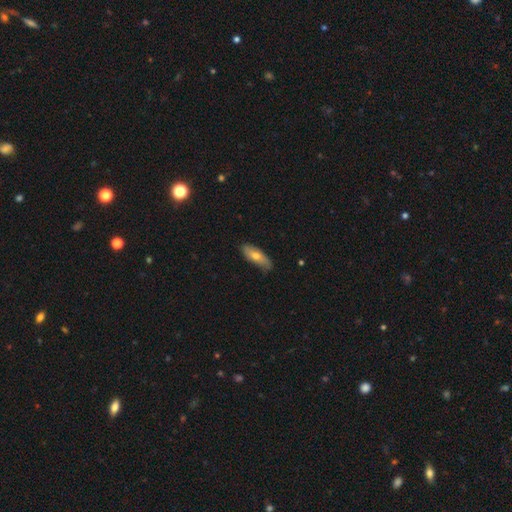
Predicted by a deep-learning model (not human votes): A smooth galaxy with no disk features (64%) that is in between round and cigar-shaped (68%). Merging: none (74%).